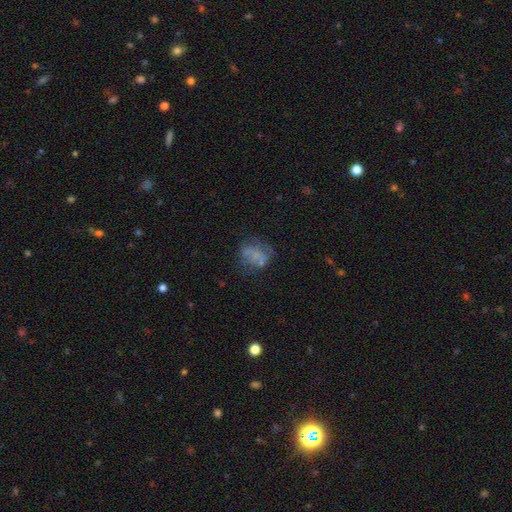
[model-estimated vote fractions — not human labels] smooth 47%, featured or disk 37%, star or artifact 16%. Down the decision tree: merging — none (47%).